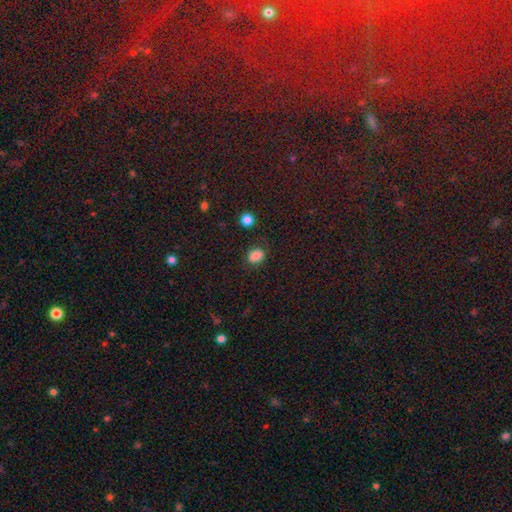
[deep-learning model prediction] This is clearly a smooth galaxy (83%). How rounded: likely in between (64%). Merging: likely none (79%).